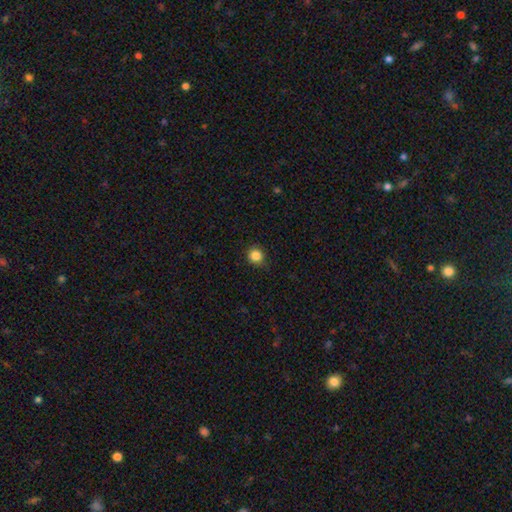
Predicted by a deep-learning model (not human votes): Overall: smooth (85%). How rounded: round (91%). Merging: none (88%).